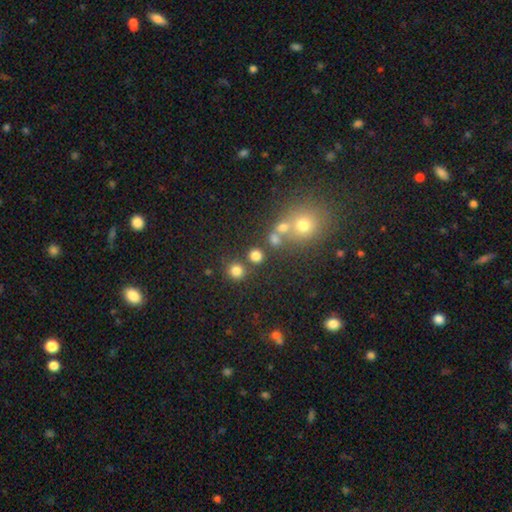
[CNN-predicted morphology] smooth-or-featured: smooth: 77% | star or artifact: 16% | featured or disk: 7%
  how-rounded: round: 90% | in between: 9% | cigar-shaped: 1%
  merging: none: 76% | merger: 13% | minor disturbance: 7% | major disturbance: 3%